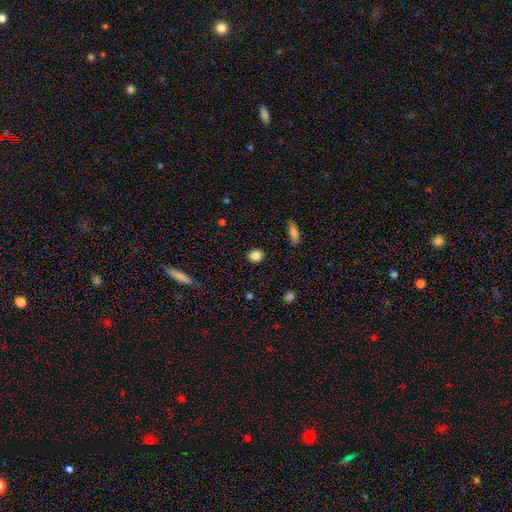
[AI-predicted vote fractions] This appears to be a smooth galaxy with no disk features (86%) that is round (77%). Merging: none (90%).